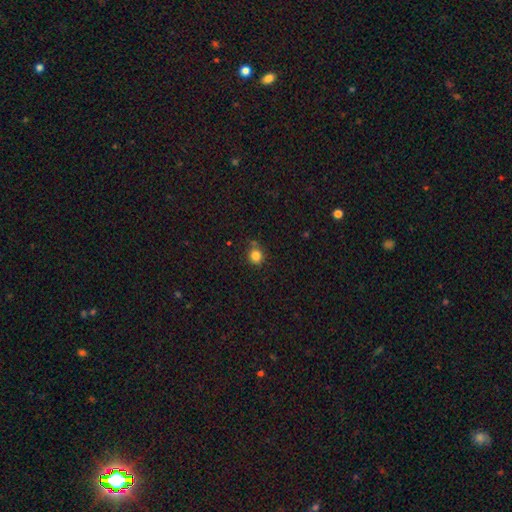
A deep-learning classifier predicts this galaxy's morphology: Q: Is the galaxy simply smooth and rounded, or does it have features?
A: smooth — 84%.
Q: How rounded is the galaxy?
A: round — 88%.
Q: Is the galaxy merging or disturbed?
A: none — 76%.